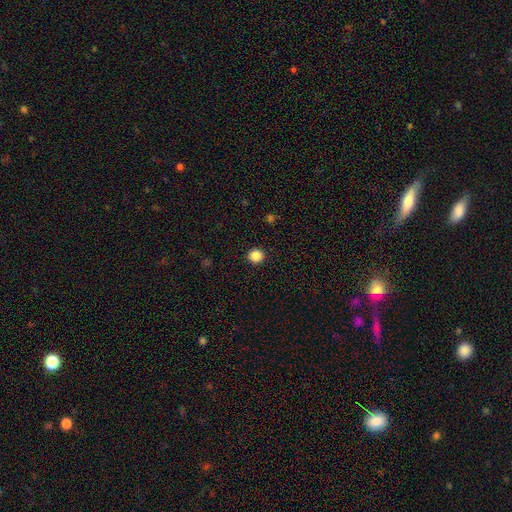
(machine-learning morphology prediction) Smooth or featured: smooth — 86% (star or artifact — 10%)
How rounded: round — 91% (in between — 8%)
Merging: none — 93% (minor disturbance — 4%)